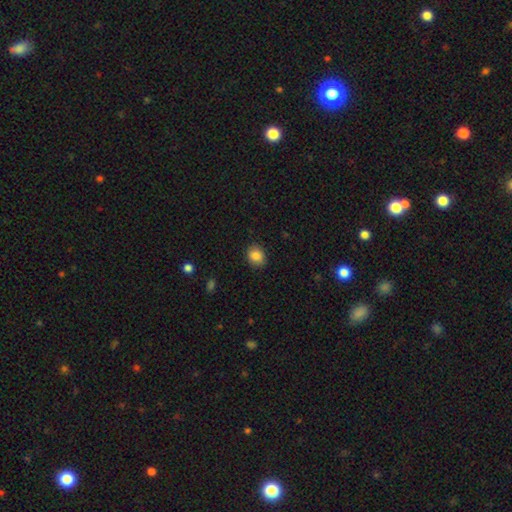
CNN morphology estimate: Q: Smooth or featured?
A: smooth (87%); runner-up: star or artifact (9%)
Q: How rounded?
A: round (64%); runner-up: in between (35%)
Q: Merging?
A: none (88%); runner-up: minor disturbance (9%)